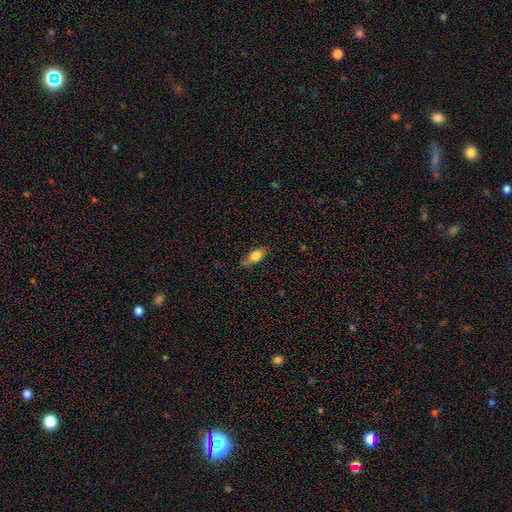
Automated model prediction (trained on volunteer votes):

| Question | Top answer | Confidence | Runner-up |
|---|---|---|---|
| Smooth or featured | smooth | 75% | featured or disk (17%) |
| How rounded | in between | 81% | cigar-shaped (13%) |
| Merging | none | 68% | minor disturbance (23%) |